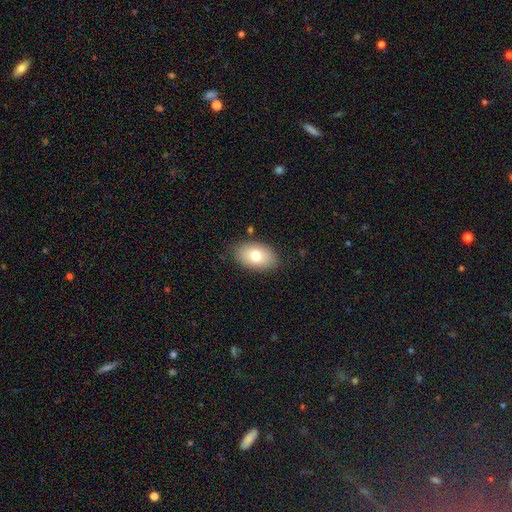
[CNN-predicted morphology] smooth-or-featured: smooth: 76% | featured or disk: 16% | star or artifact: 8%
  how-rounded: in between: 91% | round: 8% | cigar-shaped: 1%
  merging: none: 83% | minor disturbance: 13% | major disturbance: 3% | merger: 2%